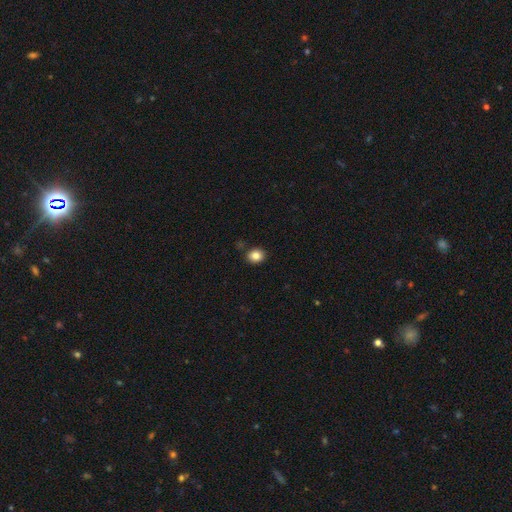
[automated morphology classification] Smooth or featured?
  - smooth: 85% *
  - star or artifact: 10%
  - featured or disk: 5%
How rounded?
  - round: 62% *
  - in between: 37%
  - cigar-shaped: 1%
Merging?
  - none: 85% *
  - minor disturbance: 10%
  - merger: 3%
  - major disturbance: 2%